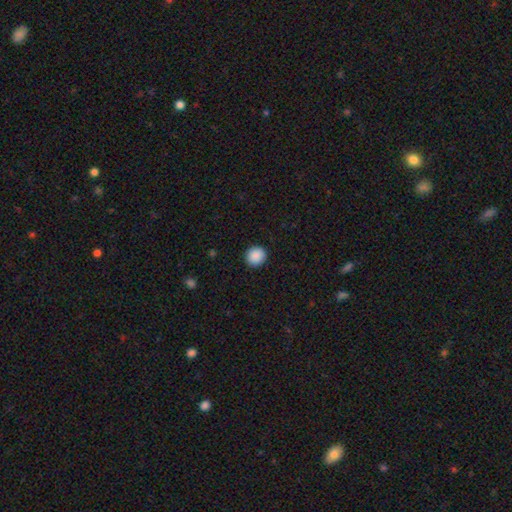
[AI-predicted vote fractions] smooth 90%, star or artifact 8%, featured or disk 2%. Down the decision tree: how rounded — round (92%); merging — none (92%).